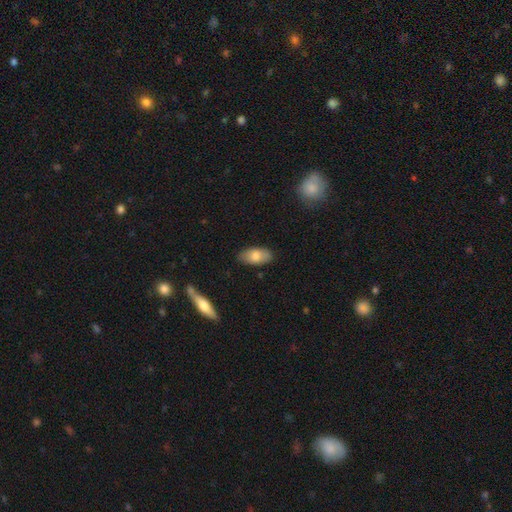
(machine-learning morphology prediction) Overall: smooth (77%). How rounded: in between (92%). Merging: none (83%).